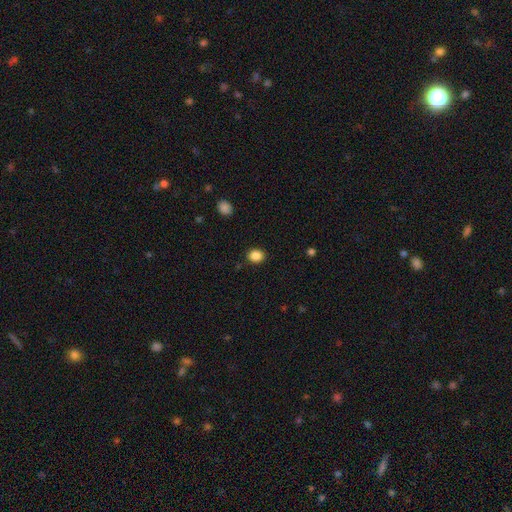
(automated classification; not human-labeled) smooth 87%, star or artifact 10%, featured or disk 3%. Down the decision tree: how rounded — round (51%); merging — none (89%).